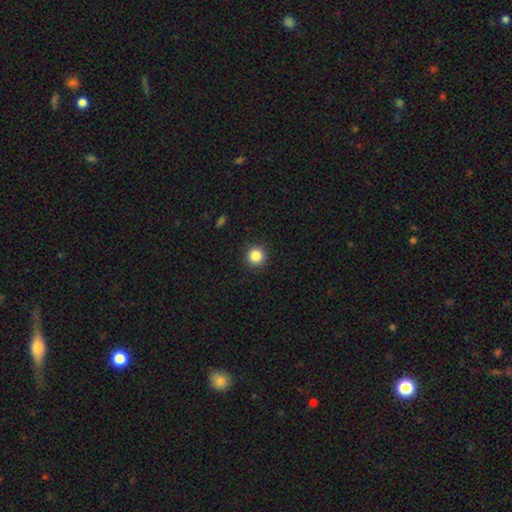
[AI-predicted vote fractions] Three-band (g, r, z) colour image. It shows a smooth galaxy with no disk features (85%) that is round (95%). Merging: none (92%).